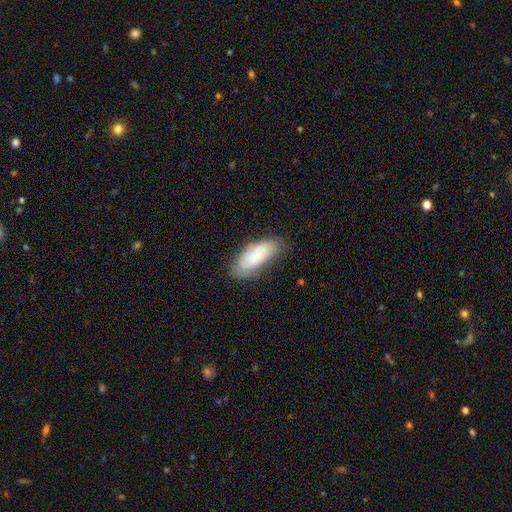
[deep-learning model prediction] Smooth or featured: smooth — 66% (featured or disk — 27%)
How rounded: in between — 83% (cigar-shaped — 14%)
Merging: none — 71% (minor disturbance — 22%)